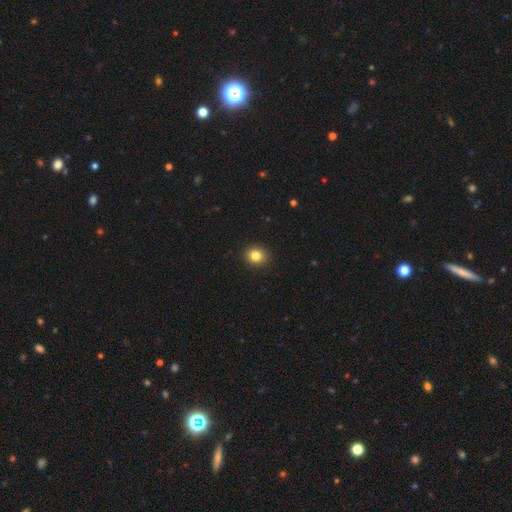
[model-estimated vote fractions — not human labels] This is clearly a smooth galaxy (83%). How rounded: likely round (76%). Merging: clearly none (92%).